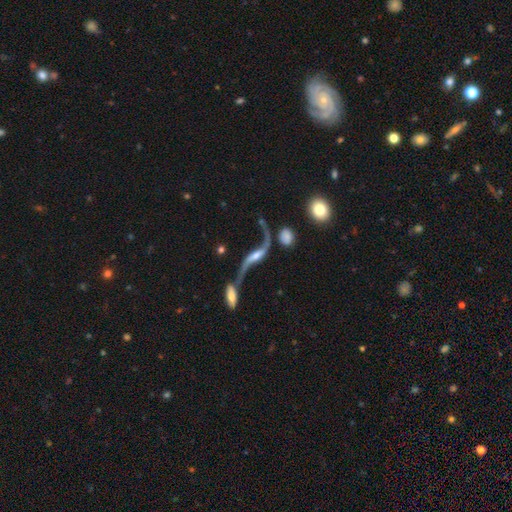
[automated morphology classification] type=featured or disk (86%); edge-on=no (84%); bar=strong (35%, tied with weak); spiral arms=yes (93%); winding=loose (94%); arm count=2 (92%); bulge=small (45%); merging=none (44%).